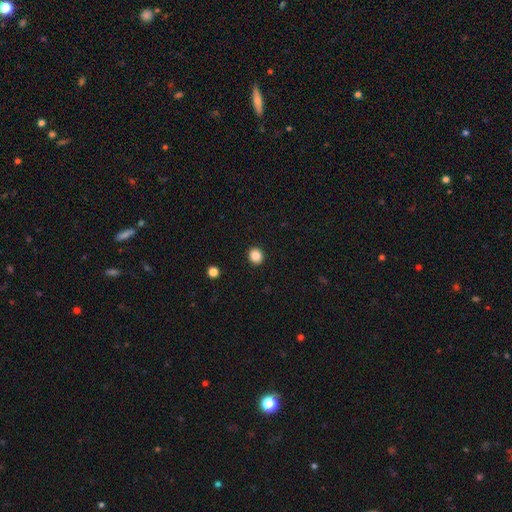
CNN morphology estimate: Smooth or featured?
  - smooth: 86% *
  - star or artifact: 10%
  - featured or disk: 3%
How rounded?
  - round: 80% *
  - in between: 19%
  - cigar-shaped: 1%
Merging?
  - none: 92% *
  - minor disturbance: 5%
  - major disturbance: 2%
  - merger: 1%